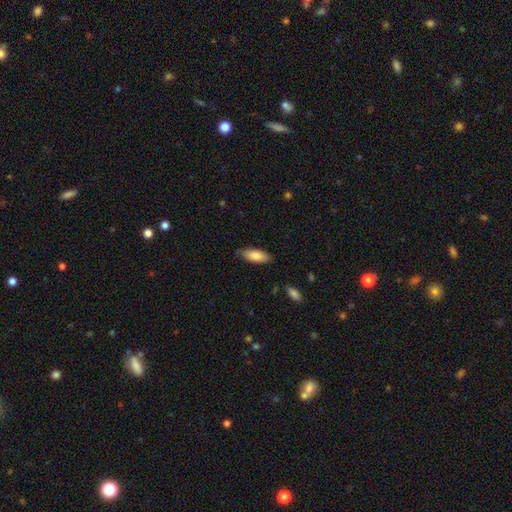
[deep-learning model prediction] Smooth or featured? Predicted: smooth (p=0.85). How rounded? Predicted: in between (p=0.75). Merging? Predicted: none (p=0.82).